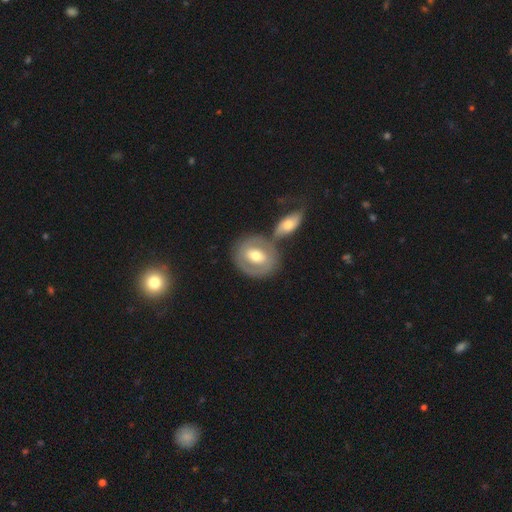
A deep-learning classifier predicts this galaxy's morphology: A featured or disk galaxy (55%) with no bar (44%), no spiral arms (55%) and a moderate central bulge (73%). Merging: none (54%).